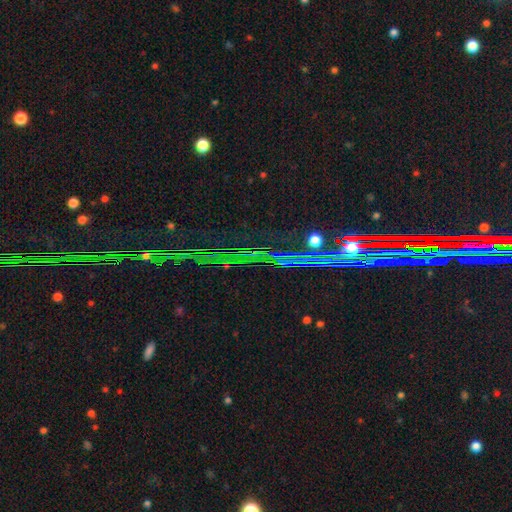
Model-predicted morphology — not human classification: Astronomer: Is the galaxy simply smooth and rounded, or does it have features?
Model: star or artifact — 82%.